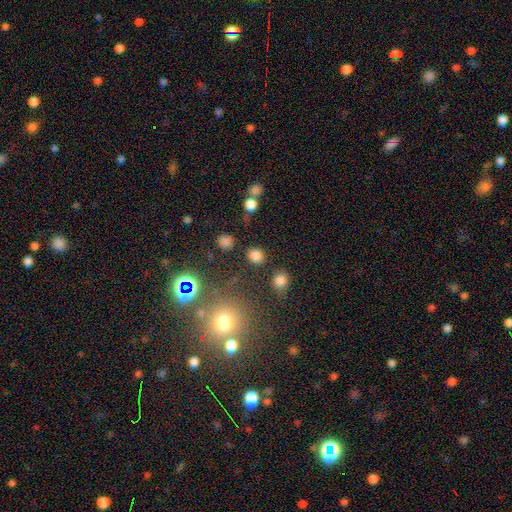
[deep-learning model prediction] This is likely a smooth galaxy (79%). How rounded: clearly round (81%). Merging: clearly none (86%).